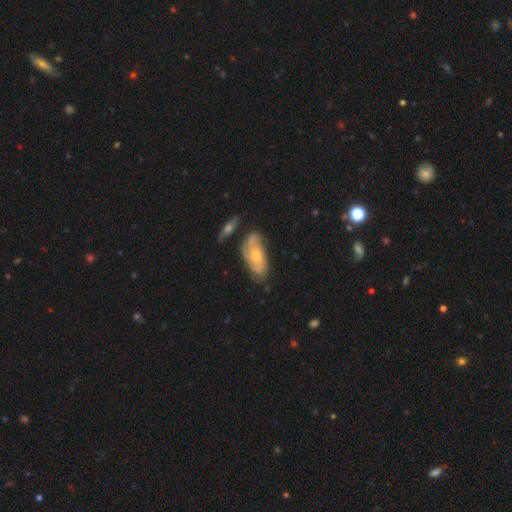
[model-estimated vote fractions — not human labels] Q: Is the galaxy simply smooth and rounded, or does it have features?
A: featured or disk — 54%.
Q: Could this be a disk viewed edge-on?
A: no — 88%.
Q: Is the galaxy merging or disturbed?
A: none — 54%.